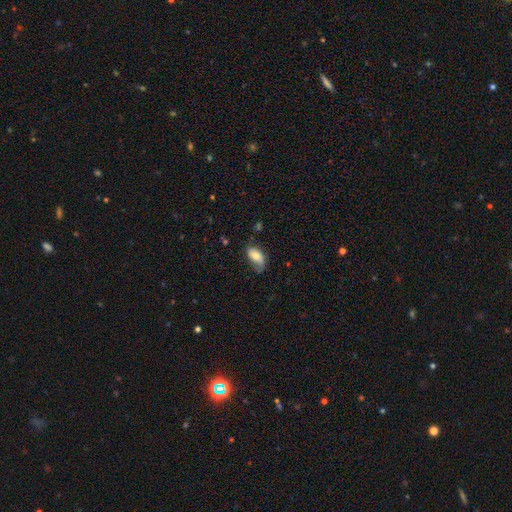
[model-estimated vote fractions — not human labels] smooth 66%, featured or disk 27%, star or artifact 7%. Down the decision tree: how rounded — in between (93%); merging — none (47%).